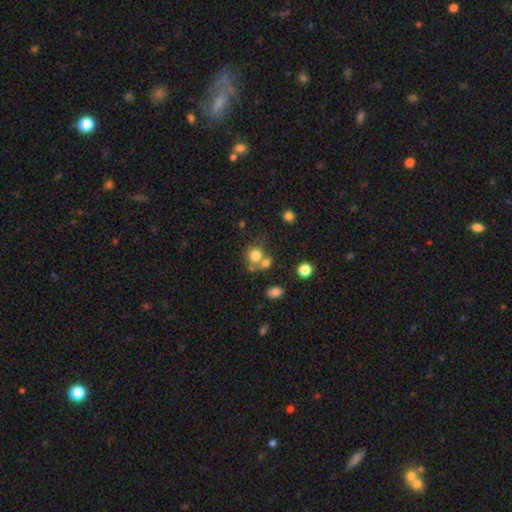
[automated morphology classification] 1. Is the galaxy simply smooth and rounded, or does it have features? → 76% smooth, 13% star or artifact, 11% featured or disk.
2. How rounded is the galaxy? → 81% round, 18% in between, 1% cigar-shaped.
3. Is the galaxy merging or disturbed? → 48% none, 36% merger, 10% minor disturbance, 6% major disturbance.